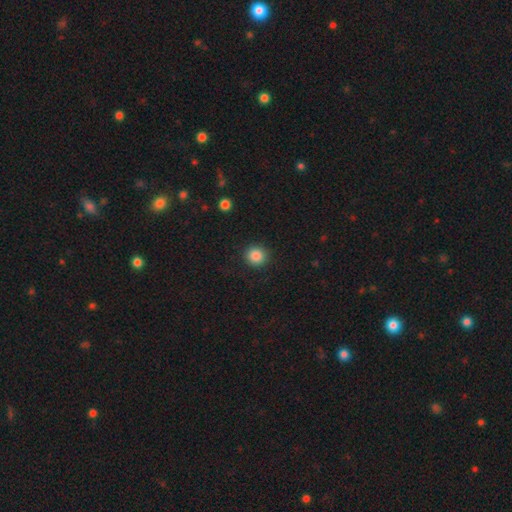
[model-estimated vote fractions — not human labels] smooth-or-featured: smooth: 86% | star or artifact: 10% | featured or disk: 4%
  how-rounded: round: 90% | in between: 9% | cigar-shaped: 1%
  merging: none: 90% | minor disturbance: 6% | major disturbance: 2% | merger: 1%